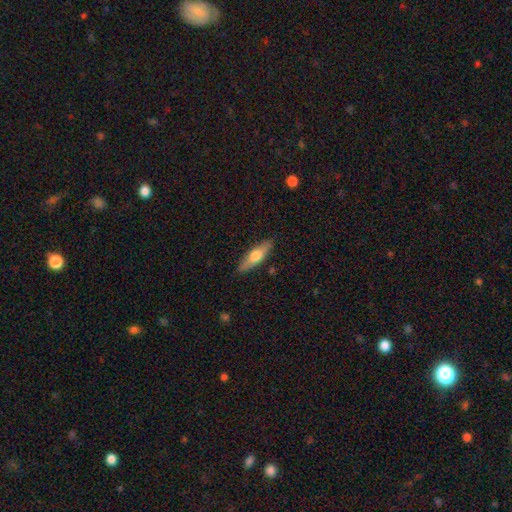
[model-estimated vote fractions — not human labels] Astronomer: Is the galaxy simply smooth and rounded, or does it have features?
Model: smooth — 55% (runner-up: featured or disk, 40%).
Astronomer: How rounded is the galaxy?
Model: cigar-shaped — 57% (runner-up: in between, 41%).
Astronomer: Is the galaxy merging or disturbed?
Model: none — 87%.